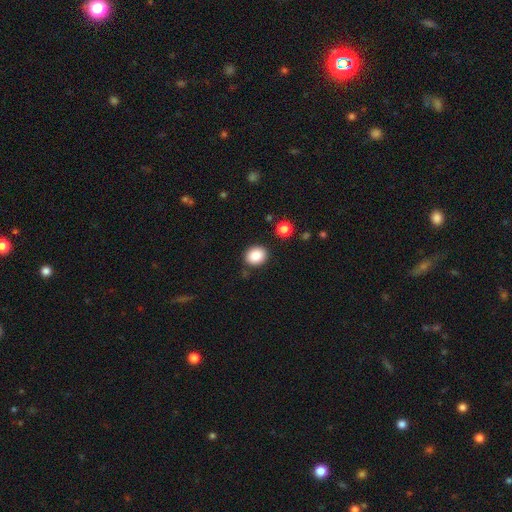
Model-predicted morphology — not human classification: type=smooth (87%); roundness=round (66%); merging=none (87%).